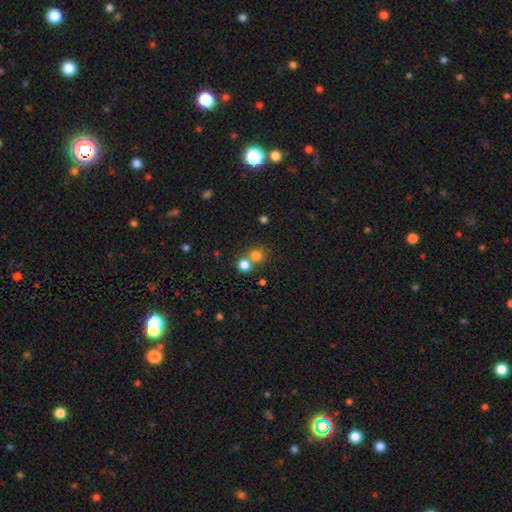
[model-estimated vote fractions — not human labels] Smooth or featured? Predicted: smooth (p=0.78). How rounded? Predicted: round (p=0.87). Merging? Predicted: none (p=0.56).